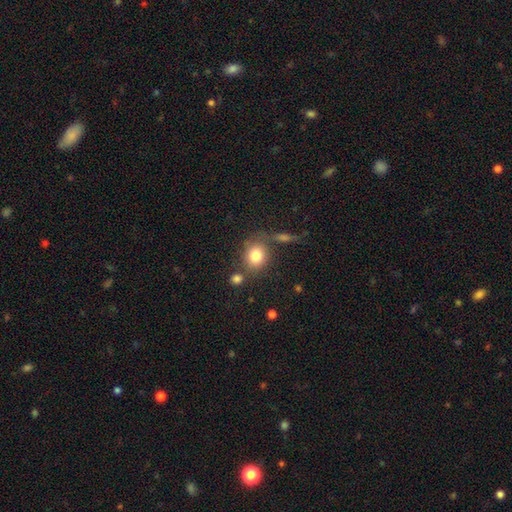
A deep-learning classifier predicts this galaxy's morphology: Smooth or featured: smooth — 81% (star or artifact — 10%)
How rounded: round — 70% (in between — 29%)
Merging: none — 68% (merger — 14%)